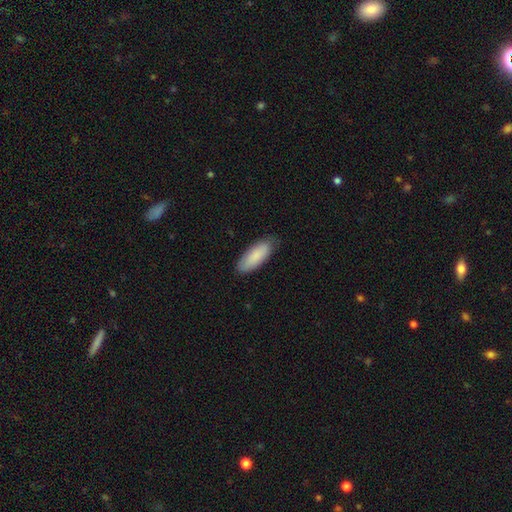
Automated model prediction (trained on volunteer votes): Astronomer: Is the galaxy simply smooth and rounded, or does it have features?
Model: smooth — 87%.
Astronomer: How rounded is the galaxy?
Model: in between — 72%.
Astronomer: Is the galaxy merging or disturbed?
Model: none — 82%.